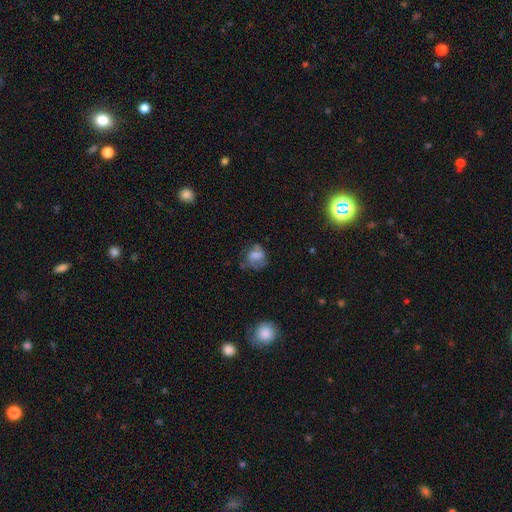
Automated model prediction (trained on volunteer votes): Q: Smooth or featured?
A: smooth (60%); runner-up: featured or disk (28%)
Q: How rounded?
A: round (50%); runner-up: in between (49%)
Q: Merging?
A: none (42%); runner-up: minor disturbance (28%)